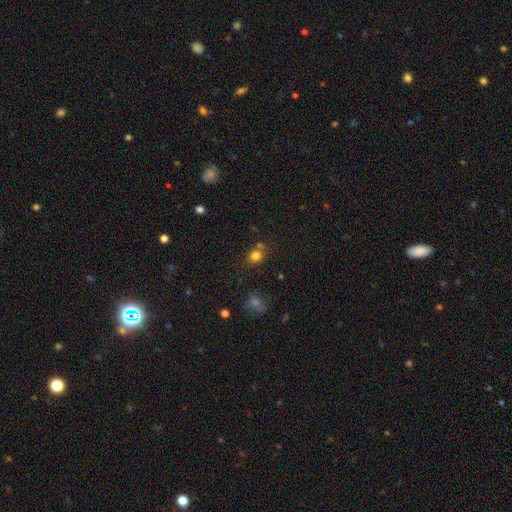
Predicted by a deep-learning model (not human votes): A smooth galaxy with no disk features (79%) that is round (72%). Merging: none (63%).